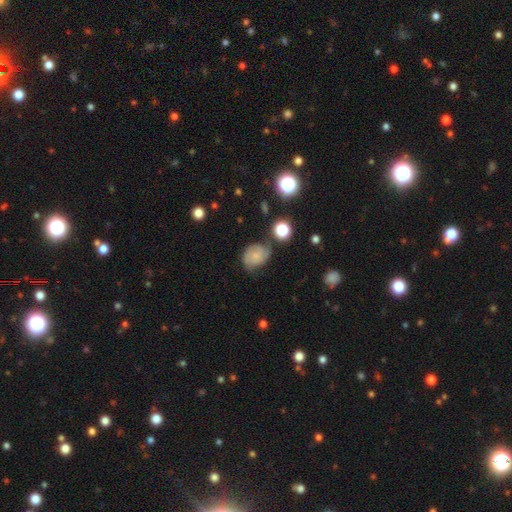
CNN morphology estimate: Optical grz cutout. It shows a featured or disk galaxy (45%). Merging: none (56%).